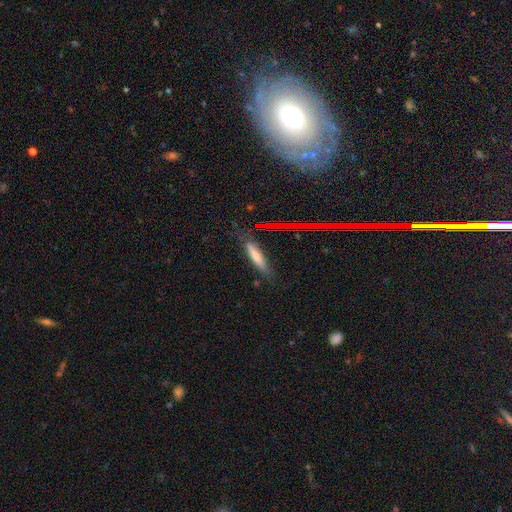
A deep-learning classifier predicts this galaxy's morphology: Smooth or featured: smooth — 49% (featured or disk — 37%)
Merging: none — 77% (minor disturbance — 17%)